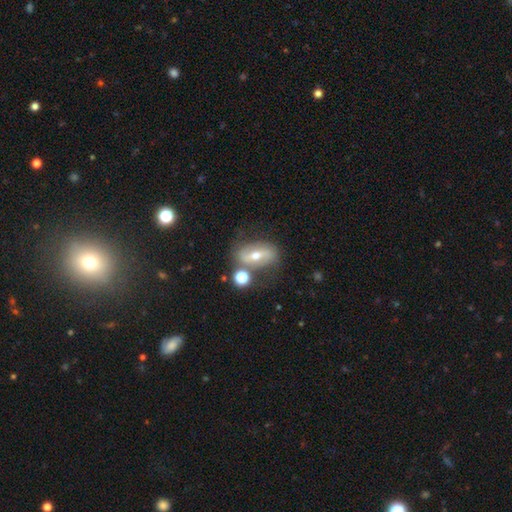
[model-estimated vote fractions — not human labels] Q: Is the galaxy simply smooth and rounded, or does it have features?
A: featured or disk — 65%.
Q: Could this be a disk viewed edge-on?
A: no — 87%.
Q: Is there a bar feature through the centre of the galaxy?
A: strong — 49%.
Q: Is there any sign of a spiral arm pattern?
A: yes — 72%.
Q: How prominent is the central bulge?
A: moderate — 58%.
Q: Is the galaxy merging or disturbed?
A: none — 63%.